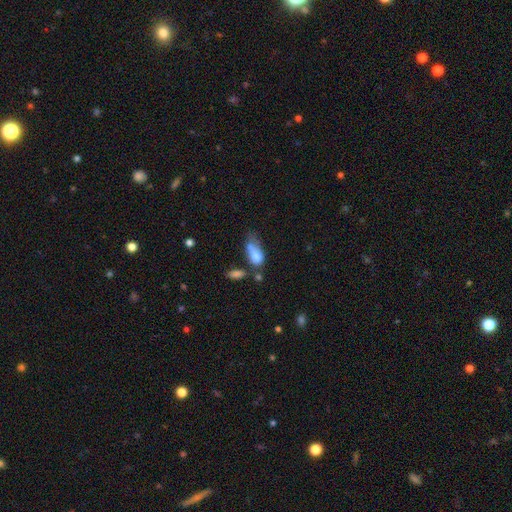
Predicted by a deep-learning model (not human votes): Smooth or featured? smooth (72%)
How rounded? in between (81%)
Merging? merger (39%)